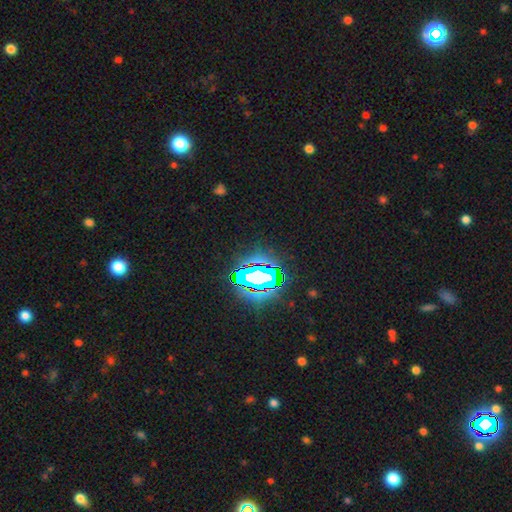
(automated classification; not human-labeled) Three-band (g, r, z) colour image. It shows a star or artifact, not a galaxy (80%).